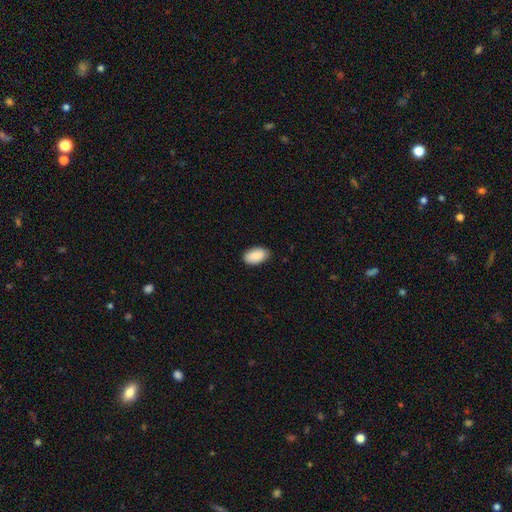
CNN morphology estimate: The model was most divided on "merging": none: 83%, minor disturbance: 14%, major disturbance: 2%, merger: 1%. More confident: how rounded — in between (95%); smooth or featured — smooth (89%).